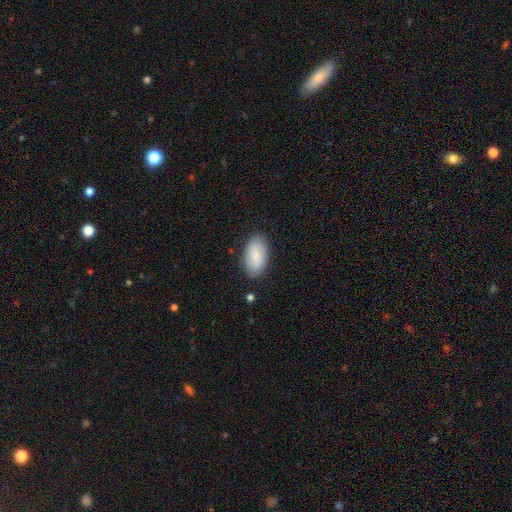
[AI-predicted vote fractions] Smooth or featured?
  - smooth: 83% *
  - featured or disk: 12%
  - star or artifact: 6%
How rounded?
  - in between: 95% *
  - round: 3%
  - cigar-shaped: 2%
Merging?
  - none: 85% *
  - minor disturbance: 11%
  - major disturbance: 3%
  - merger: 1%